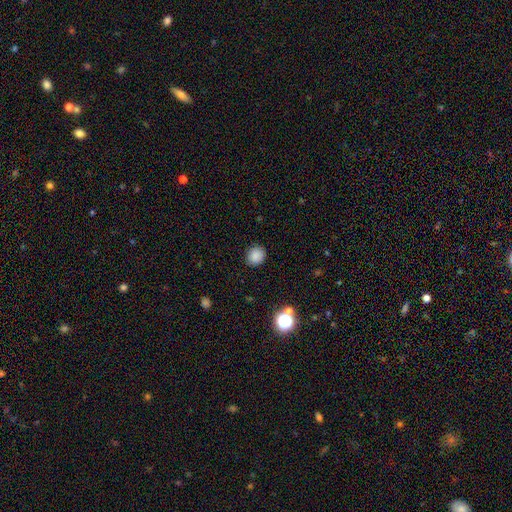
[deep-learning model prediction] Q: Smooth or featured?
A: smooth (85%); runner-up: star or artifact (11%)
Q: How rounded?
A: round (82%); runner-up: in between (17%)
Q: Merging?
A: none (89%); runner-up: minor disturbance (7%)